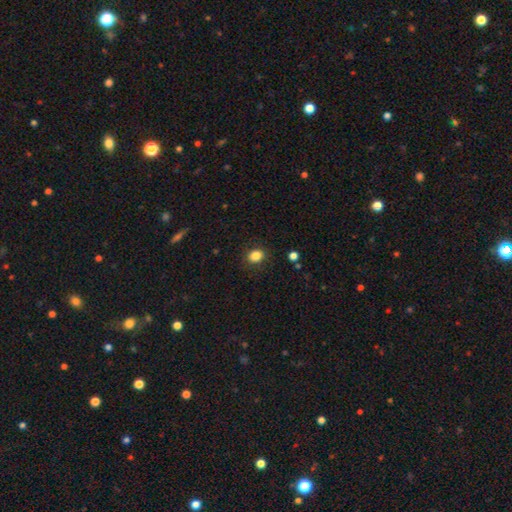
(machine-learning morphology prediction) A smooth galaxy with no disk features (85%) that is round (56%).

Vote fractions:
- Smooth or featured? smooth: 85% / star or artifact: 11% / featured or disk: 5%
- How rounded? round: 56% / in between: 43% / cigar-shaped: 1%
- Merging? none: 87% / minor disturbance: 9% / major disturbance: 3% / merger: 1%